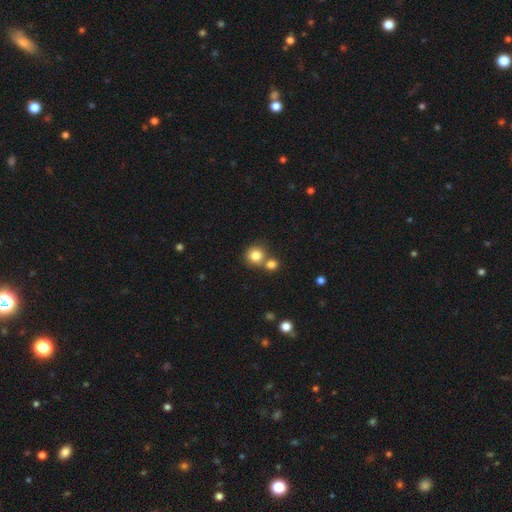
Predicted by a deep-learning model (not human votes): This is clearly a smooth galaxy (82%). How rounded: clearly round (90%). Merging: possibly none (57%).